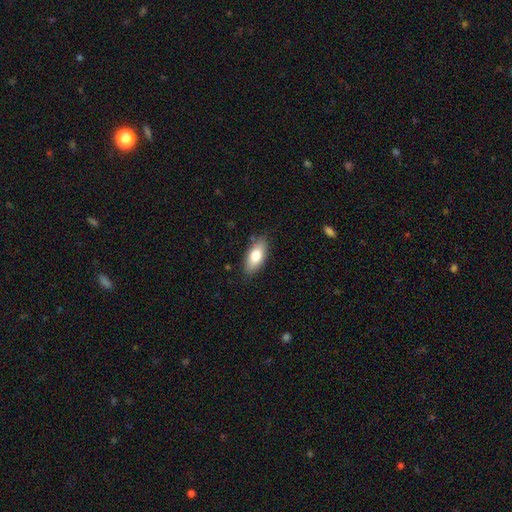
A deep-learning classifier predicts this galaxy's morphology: Smooth or featured: smooth — 77% (featured or disk — 16%)
How rounded: in between — 85% (cigar-shaped — 12%)
Merging: none — 83% (minor disturbance — 13%)